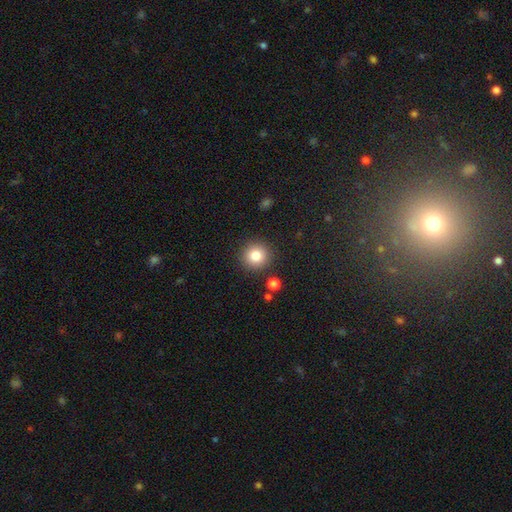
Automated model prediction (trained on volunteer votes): smooth 82%, star or artifact 11%, featured or disk 7%. Down the decision tree: how rounded — round (94%); merging — none (89%).